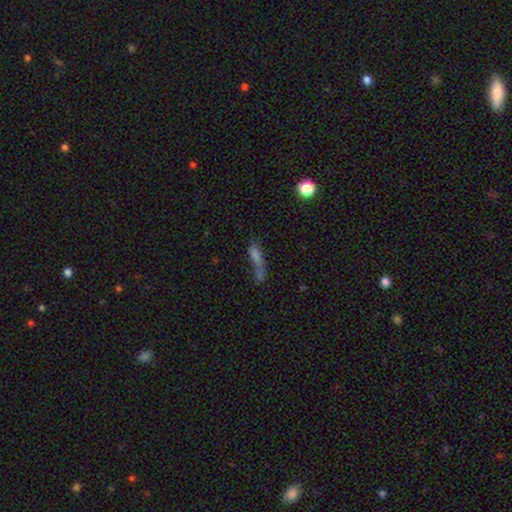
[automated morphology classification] Smooth or featured? Predicted: smooth (p=0.55). How rounded? Predicted: cigar-shaped (p=0.62). Merging? Predicted: merger (p=0.31, tied with none).